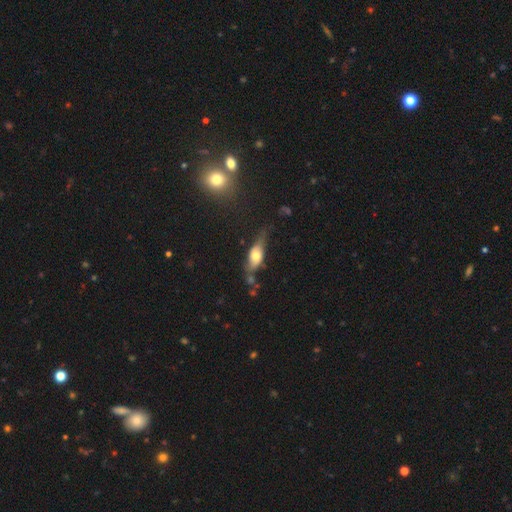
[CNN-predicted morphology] This is possibly a smooth galaxy (54%). How rounded: likely in between (72%). Merging: possibly none (51%).